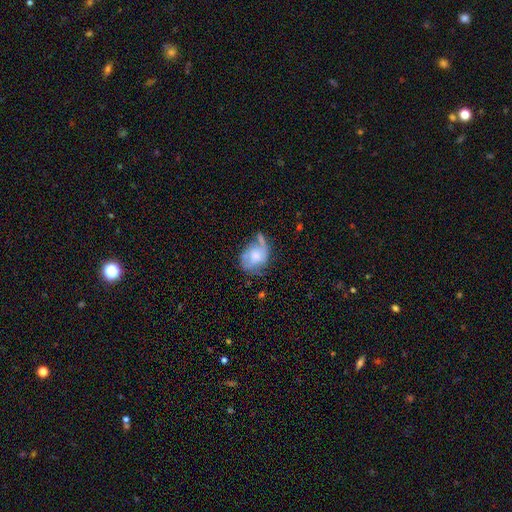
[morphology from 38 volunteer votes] This appears to be a featured or disk galaxy (58%) with no bar (64%), 2 (62%) medium (50%) spiral arms (73%) and a moderate central bulge (41%). Merging: none (39%).